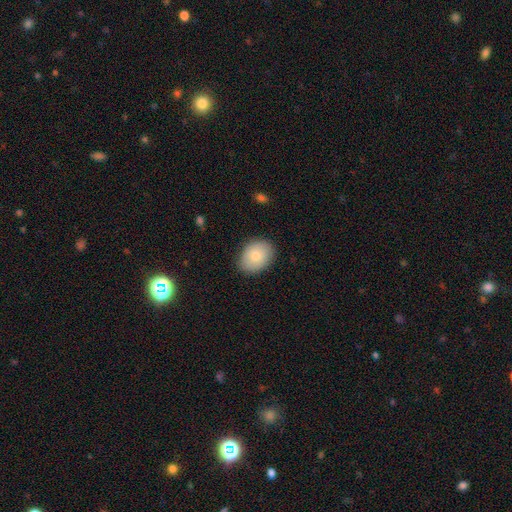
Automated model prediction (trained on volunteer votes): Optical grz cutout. It shows a smooth galaxy with no disk features (81%) that is in between round and cigar-shaped (69%). Merging: none (85%).